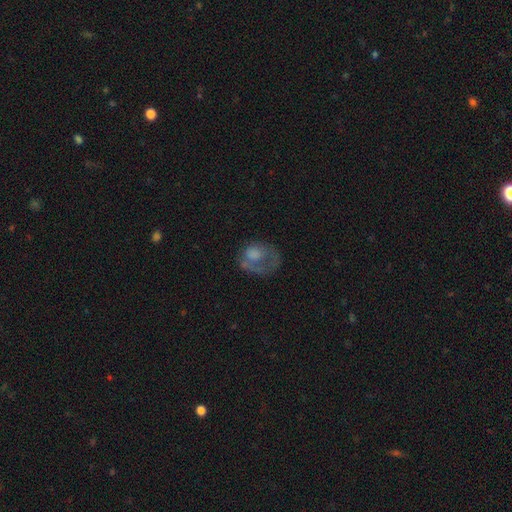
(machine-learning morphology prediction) smooth_or_featured: smooth (p=0.52) [alt: featured or disk p=0.38]
how_rounded: in between (p=0.53) [alt: round p=0.46]
merging: major disturbance (p=0.39) [alt: none p=0.36]